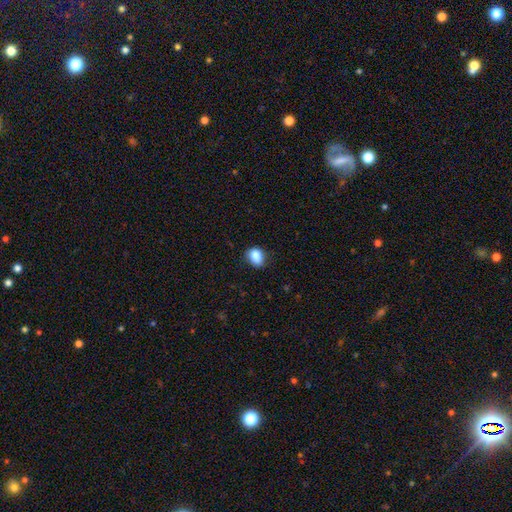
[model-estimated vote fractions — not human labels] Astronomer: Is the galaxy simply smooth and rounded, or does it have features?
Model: smooth — 86%.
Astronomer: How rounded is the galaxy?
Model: in between — 61% (runner-up: round, 38%).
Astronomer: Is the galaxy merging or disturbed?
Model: none — 70%.